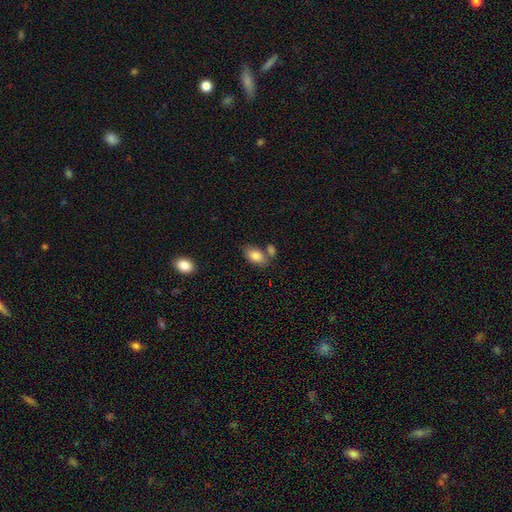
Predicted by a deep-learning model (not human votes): This appears to be a smooth galaxy with no disk features (85%) that is in between round and cigar-shaped (90%). Merging: none (57%).